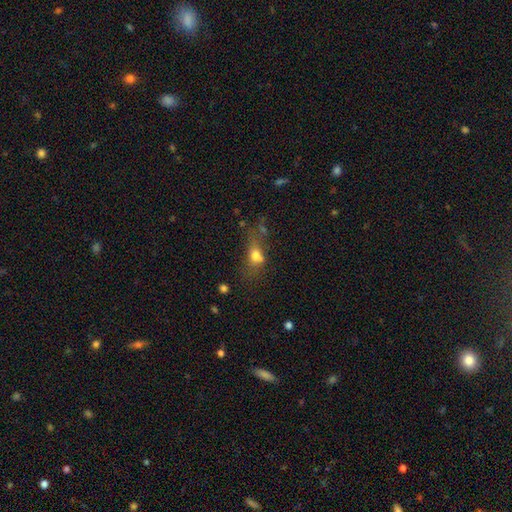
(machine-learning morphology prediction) type=smooth (67%); roundness=in between (59%); merging=none (33%).